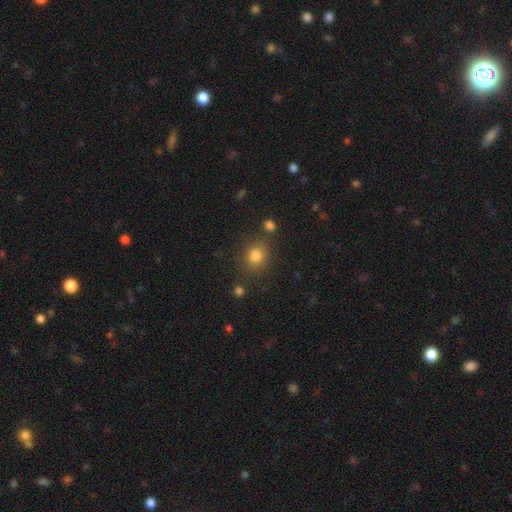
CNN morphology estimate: The model was most divided on "how rounded": round: 71%, in between: 28%, cigar-shaped: 1%. More confident: smooth or featured — smooth (81%); merging — none (78%).